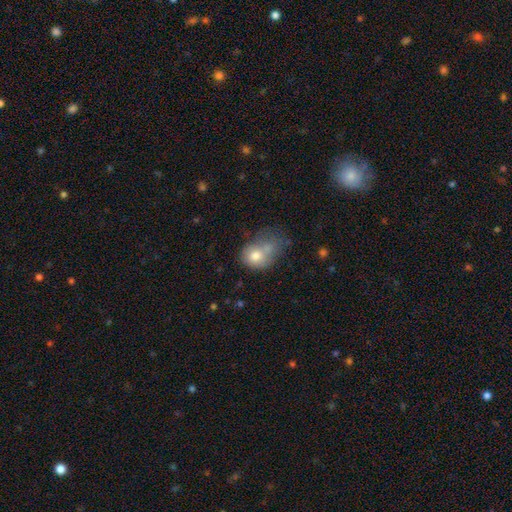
Smooth or featured? 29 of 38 (76%) said smooth. How rounded? 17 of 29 (59%) said in between. Merging? 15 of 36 (42%) said merger.